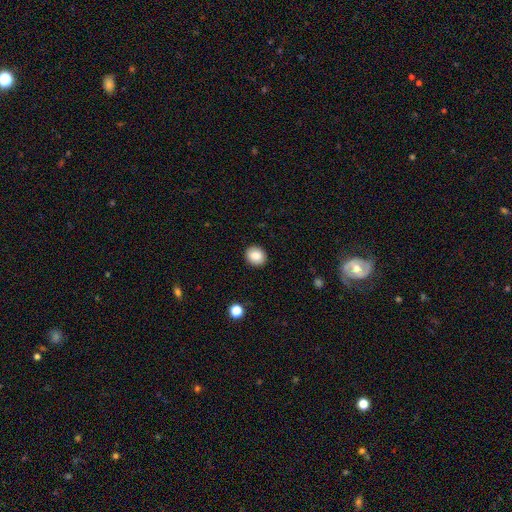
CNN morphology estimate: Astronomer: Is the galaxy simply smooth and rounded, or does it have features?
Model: smooth — 88%.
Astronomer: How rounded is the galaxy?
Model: round — 62% (runner-up: in between, 37%).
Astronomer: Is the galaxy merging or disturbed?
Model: none — 90%.